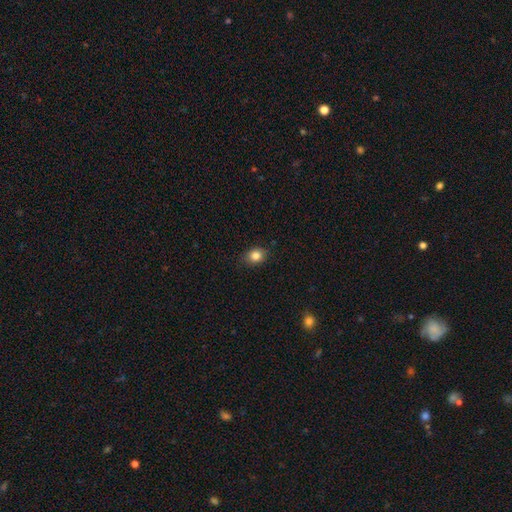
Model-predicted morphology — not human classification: A smooth galaxy with no disk features (84%) that is round (51%).

Vote fractions:
- Smooth or featured? smooth: 84% / star or artifact: 10% / featured or disk: 6%
- How rounded? round: 51% / in between: 48% / cigar-shaped: 1%
- Merging? none: 85% / minor disturbance: 12% / major disturbance: 2% / merger: 1%